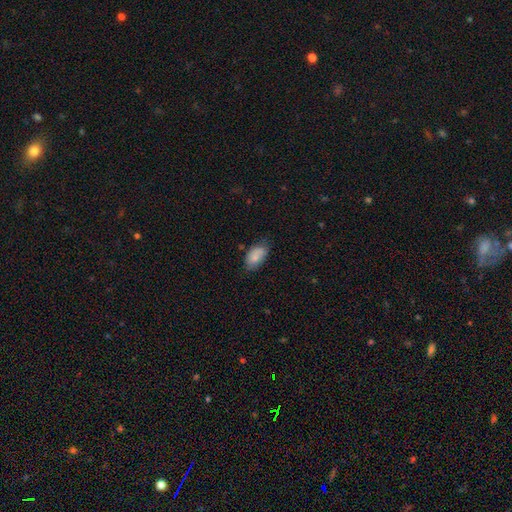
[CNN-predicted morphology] Overall: smooth (80%). How rounded: in between (93%). Merging: none (65%; minor disturbance 28%).